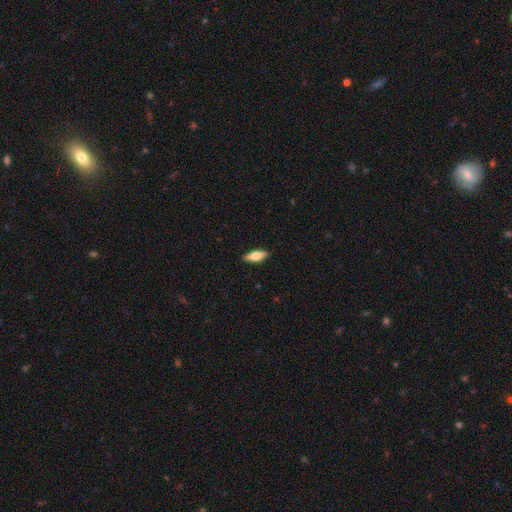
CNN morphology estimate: Smooth or featured: smooth — 59% (featured or disk — 35%)
How rounded: in between — 59% (cigar-shaped — 39%)
Merging: none — 89% (minor disturbance — 8%)